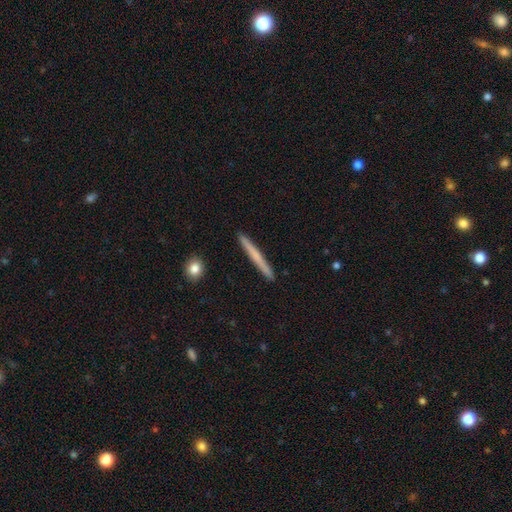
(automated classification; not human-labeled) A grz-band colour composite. It shows a smooth galaxy with no disk features (57%) that is cigar-shaped (97%). Merging: none (92%).